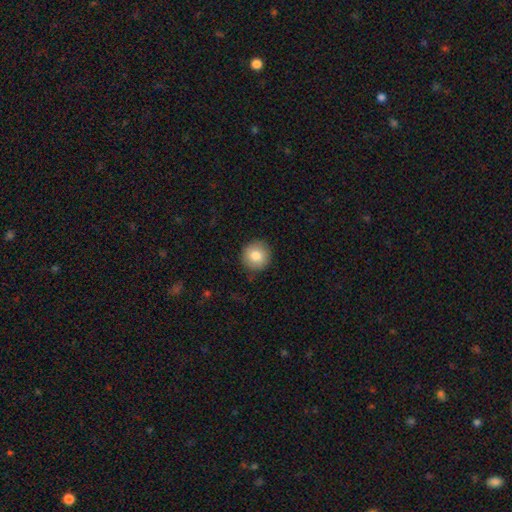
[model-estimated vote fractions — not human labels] Q: Smooth or featured?
A: smooth (84%); runner-up: featured or disk (8%)
Q: How rounded?
A: round (94%); runner-up: in between (5%)
Q: Merging?
A: none (89%); runner-up: minor disturbance (8%)